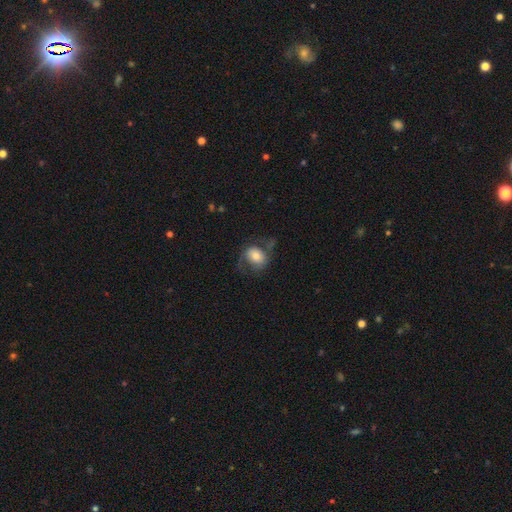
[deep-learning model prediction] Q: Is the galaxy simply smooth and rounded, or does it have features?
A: smooth — 53%.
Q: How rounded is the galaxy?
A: in between — 52%.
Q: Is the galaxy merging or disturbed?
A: none — 49%.